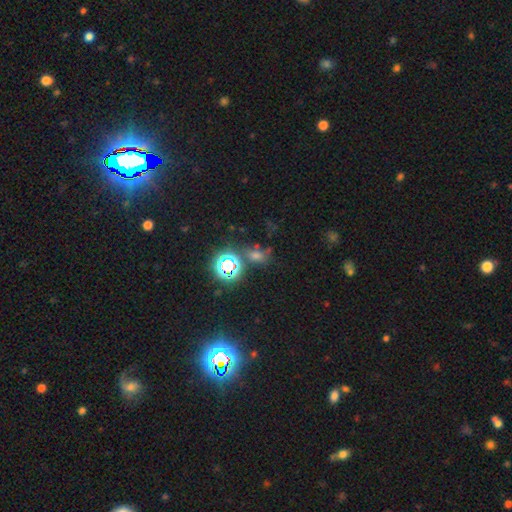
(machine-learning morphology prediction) Smooth or featured: smooth — 46% (star or artifact — 45%)
Merging: none — 60% (minor disturbance — 17%)